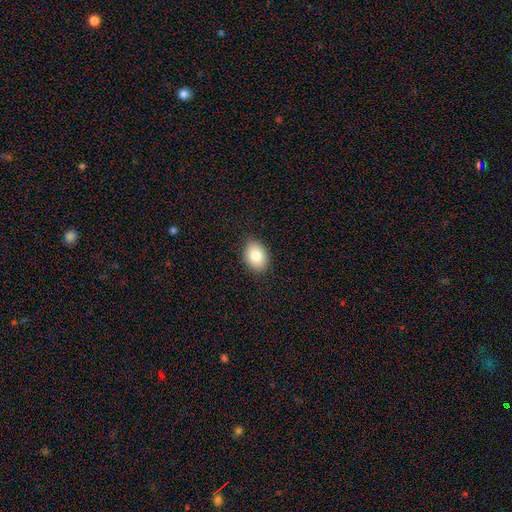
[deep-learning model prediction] Smooth or featured? smooth (83%)
How rounded? in between (77%)
Merging? none (86%)